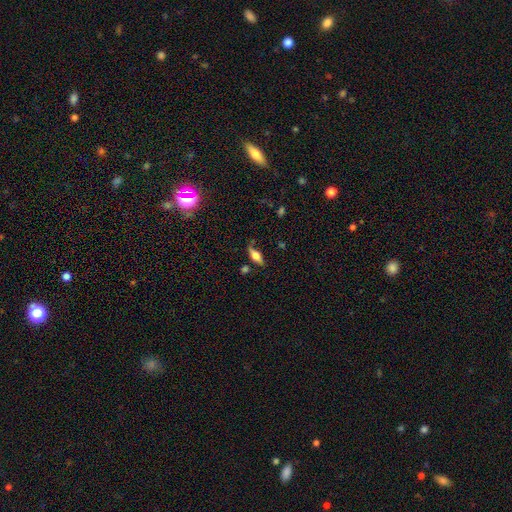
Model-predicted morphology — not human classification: Overall: smooth (55%; featured or disk 37%). How rounded: in between (68%). Merging: none (70%).